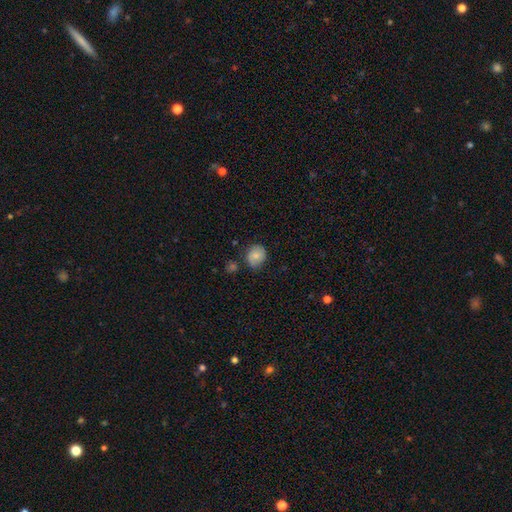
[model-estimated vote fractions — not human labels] This appears to be a smooth galaxy with no disk features (77%) that is round (71%). Merging: none (70%).